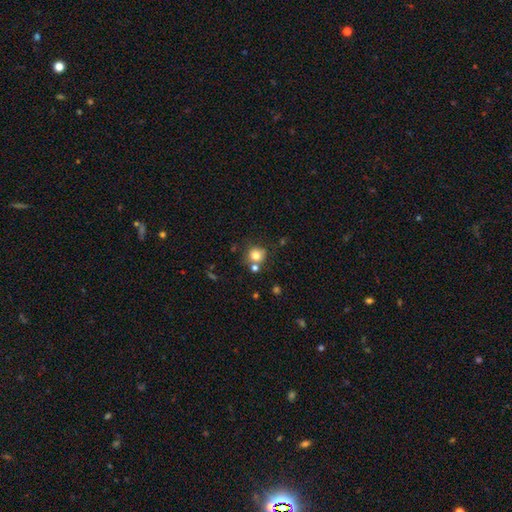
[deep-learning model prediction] A smooth galaxy with no disk features (78%) that is round (87%). Merging: none (66%).